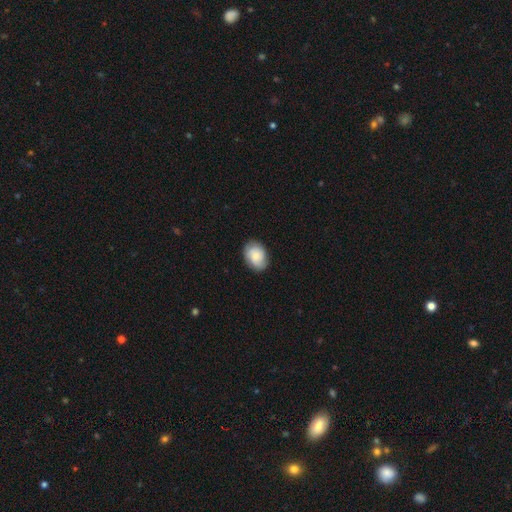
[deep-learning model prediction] smooth 64%, featured or disk 28%, star or artifact 8%. Down the decision tree: how rounded — in between (71%); merging — none (80%).